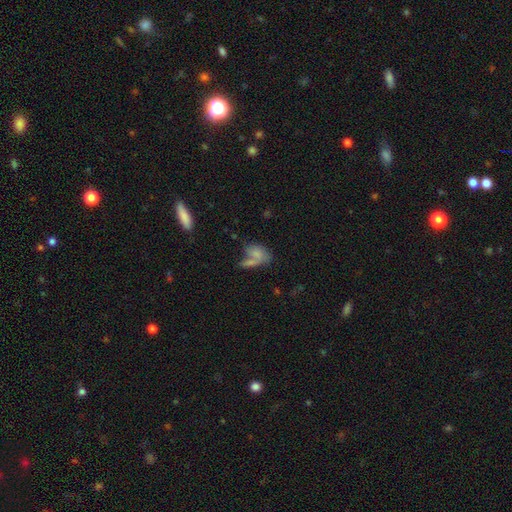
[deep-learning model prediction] A smooth galaxy with no disk features (70%) that is in between round and cigar-shaped (81%).

Vote fractions:
- Smooth or featured? smooth: 70% / featured or disk: 20% / star or artifact: 10%
- How rounded? in between: 81% / round: 13% / cigar-shaped: 6%
- Merging? merger: 45% / none: 32% / minor disturbance: 13% / major disturbance: 10%